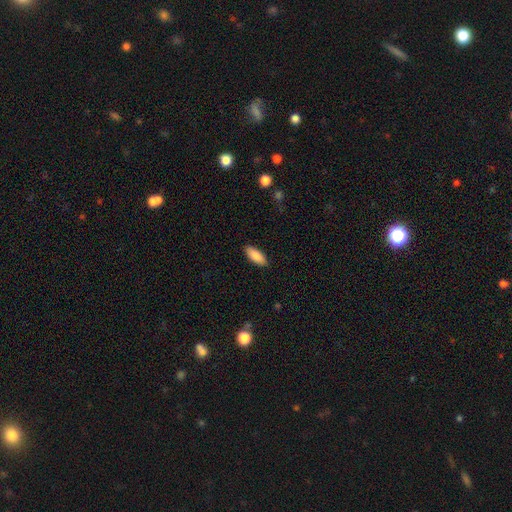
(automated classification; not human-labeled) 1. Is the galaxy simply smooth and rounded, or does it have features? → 87% smooth, 7% featured or disk, 6% star or artifact.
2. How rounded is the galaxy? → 80% in between, 19% cigar-shaped, 2% round.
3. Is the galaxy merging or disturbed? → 88% none, 9% minor disturbance, 2% major disturbance, 1% merger.